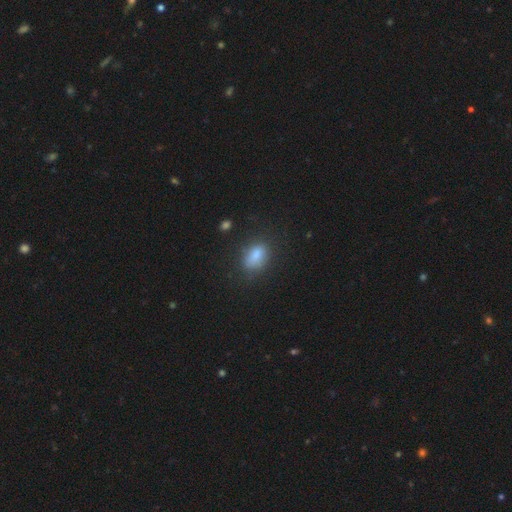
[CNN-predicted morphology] Overall: smooth (81%). How rounded: in between (82%). Merging: none (66%).